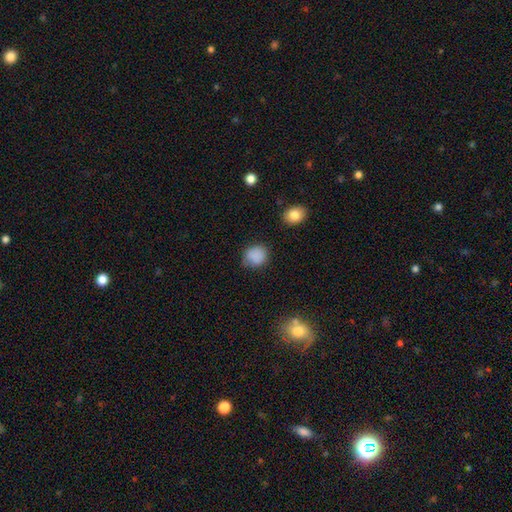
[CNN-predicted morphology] This is clearly a smooth galaxy (86%). How rounded: likely round (75%). Merging: likely none (70%).